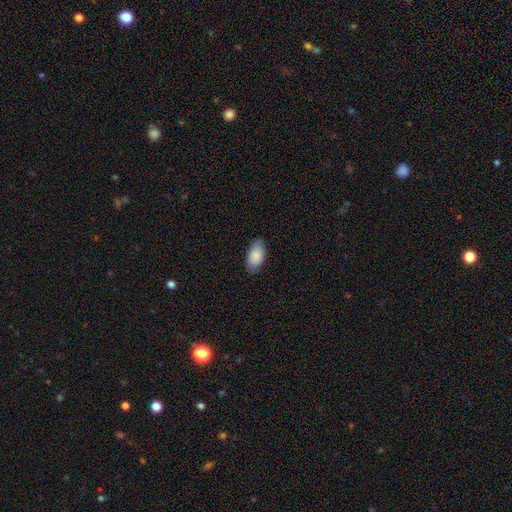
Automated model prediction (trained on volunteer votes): smooth 87%, featured or disk 7%, star or artifact 6%. Down the decision tree: how rounded — in between (94%); merging — none (82%).